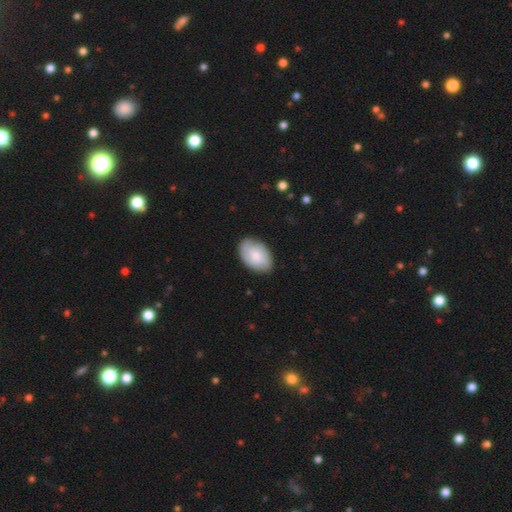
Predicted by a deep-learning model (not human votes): The model was most divided on "smooth or featured": smooth: 64%, featured or disk: 31%, star or artifact: 6%. More confident: how rounded — in between (89%); merging — none (79%).